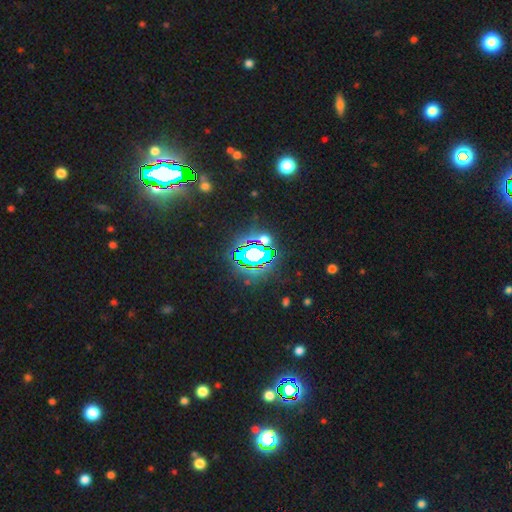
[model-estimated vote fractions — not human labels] star or artifact 75%, smooth 14%, featured or disk 11%.